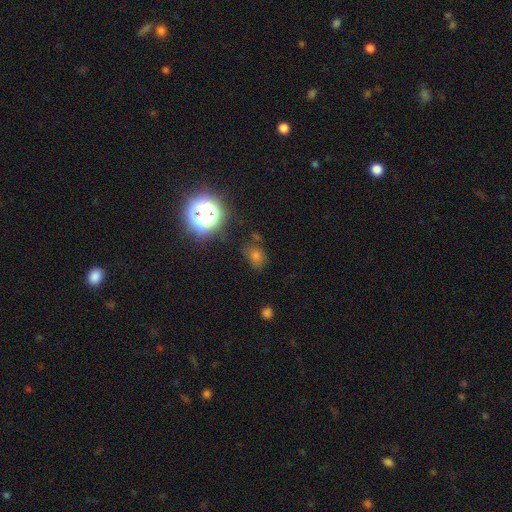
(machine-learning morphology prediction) A smooth galaxy with no disk features (51%) that is round (62%). Merging: none (77%).